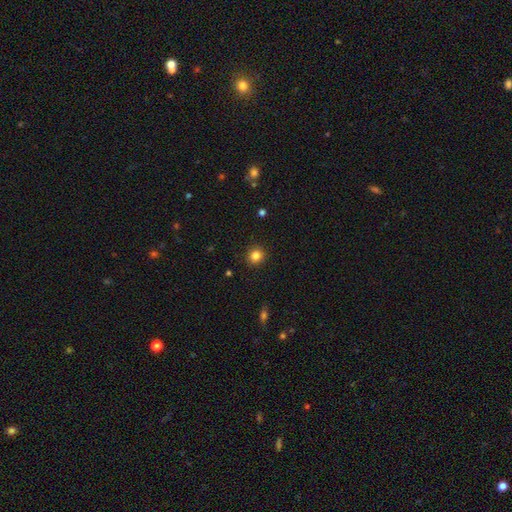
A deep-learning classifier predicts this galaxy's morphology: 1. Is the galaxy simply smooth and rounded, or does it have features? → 84% smooth, 12% star or artifact, 5% featured or disk.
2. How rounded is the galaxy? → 89% round, 10% in between, 1% cigar-shaped.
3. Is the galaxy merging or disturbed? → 92% none, 6% minor disturbance, 2% major disturbance, 1% merger.